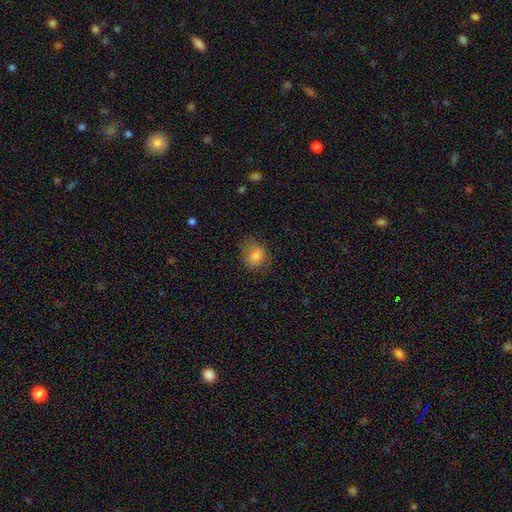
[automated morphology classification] The model was most divided on "how rounded": round: 62%, in between: 37%, cigar-shaped: 1%. More confident: smooth or featured — smooth (81%); merging — none (70%).